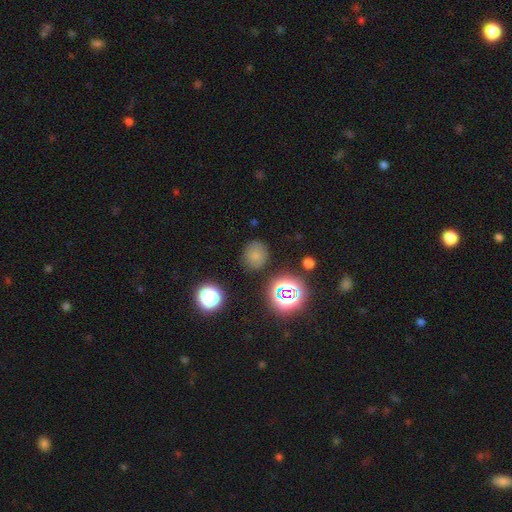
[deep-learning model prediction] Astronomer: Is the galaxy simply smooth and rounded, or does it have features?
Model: smooth — 72%.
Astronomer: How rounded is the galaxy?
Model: round — 85%.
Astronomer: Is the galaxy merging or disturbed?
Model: none — 83%.